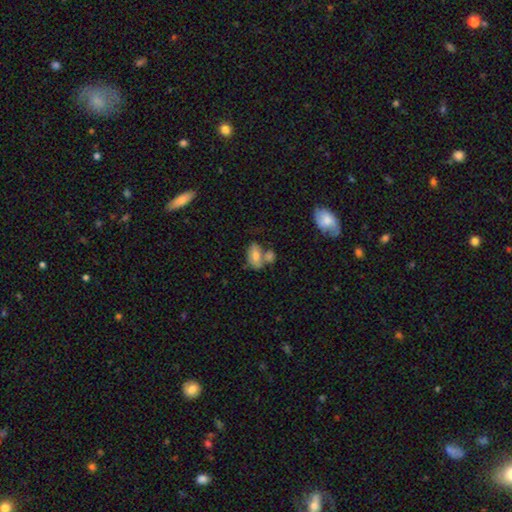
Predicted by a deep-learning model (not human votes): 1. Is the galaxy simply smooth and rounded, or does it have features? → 72% smooth, 20% featured or disk, 8% star or artifact.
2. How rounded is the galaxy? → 86% in between, 11% round, 2% cigar-shaped.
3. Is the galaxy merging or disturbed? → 40% merger, 36% none, 17% minor disturbance, 8% major disturbance.